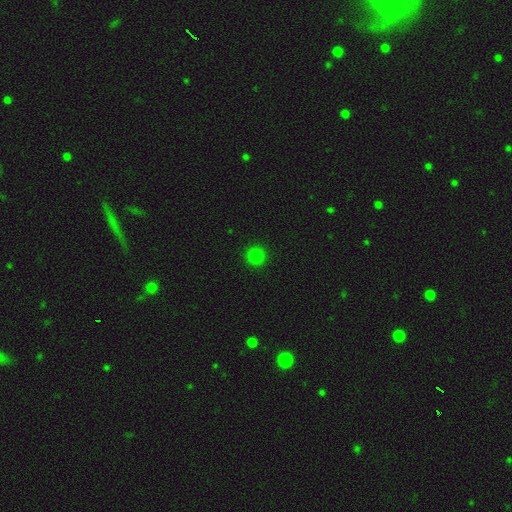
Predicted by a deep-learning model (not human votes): smooth 82%, star or artifact 15%, featured or disk 3%. Down the decision tree: how rounded — round (95%); merging — none (93%).